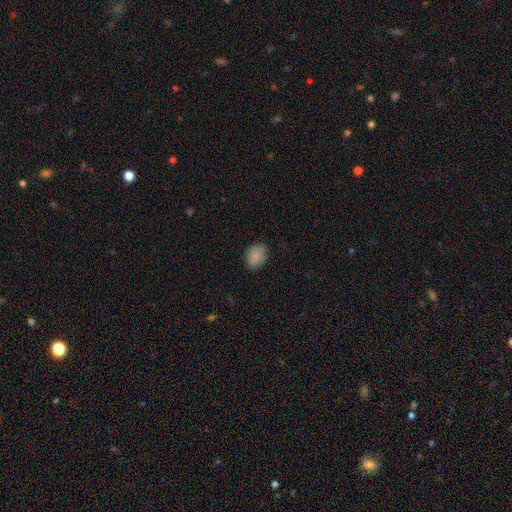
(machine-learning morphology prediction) A smooth galaxy with no disk features (87%) that is in between round and cigar-shaped (53%). Merging: none (83%).